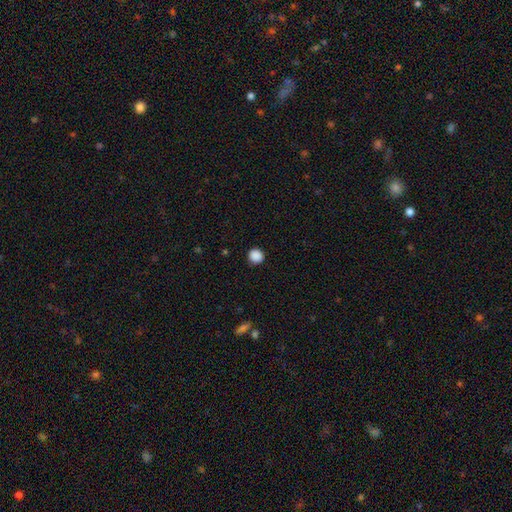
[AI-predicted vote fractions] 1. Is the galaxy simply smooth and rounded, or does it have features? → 88% smooth, 9% star or artifact, 2% featured or disk.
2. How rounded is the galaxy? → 90% round, 9% in between, 1% cigar-shaped.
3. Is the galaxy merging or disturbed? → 90% none, 7% minor disturbance, 2% major disturbance, 1% merger.